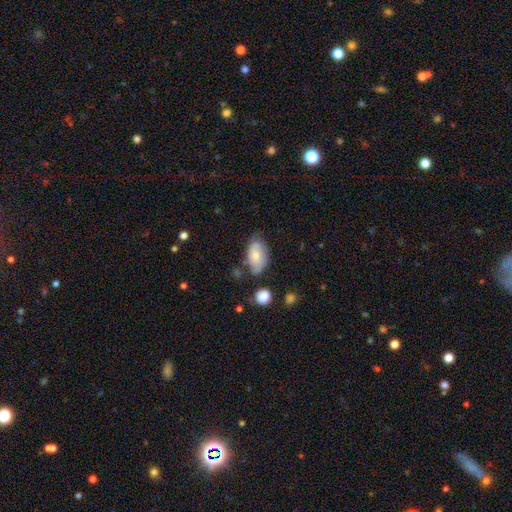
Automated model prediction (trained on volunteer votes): A smooth galaxy with no disk features (69%) that is in between round and cigar-shaped (92%). Merging: none (56%).